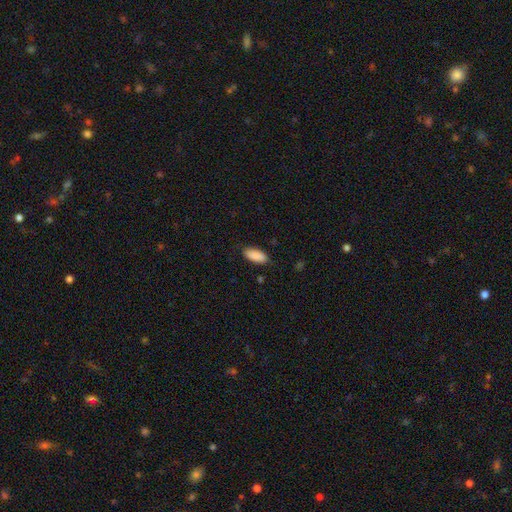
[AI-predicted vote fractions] smooth_or_featured: smooth (p=0.90) [alt: star or artifact p=0.06]
how_rounded: in between (p=0.86) [alt: cigar-shaped p=0.12]
merging: none (p=0.84) [alt: minor disturbance p=0.12]